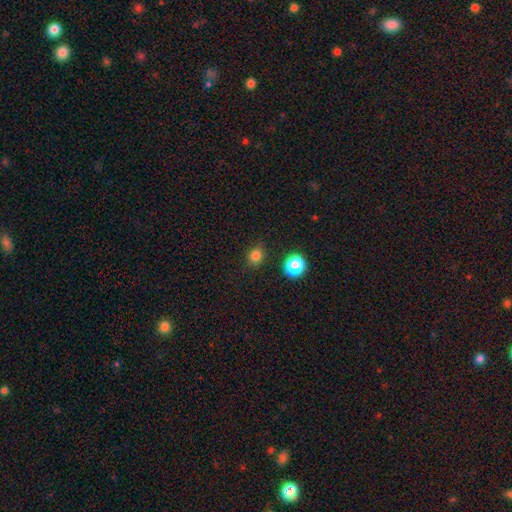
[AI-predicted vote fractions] Smooth or featured? smooth (80%)
How rounded? round (70%)
Merging? none (85%)